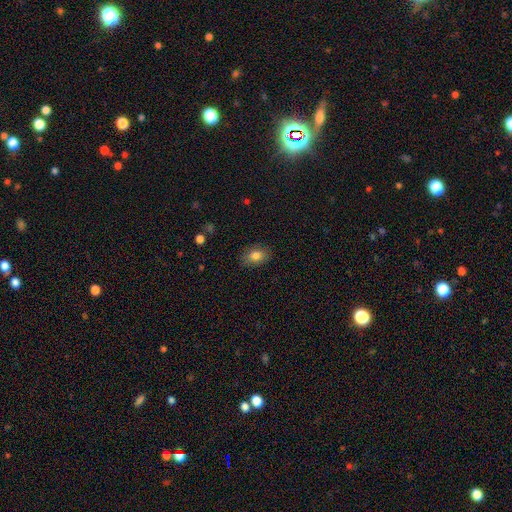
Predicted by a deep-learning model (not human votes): Morphology: type=smooth (82%); roundness=in between (78%); merging=none (84%).